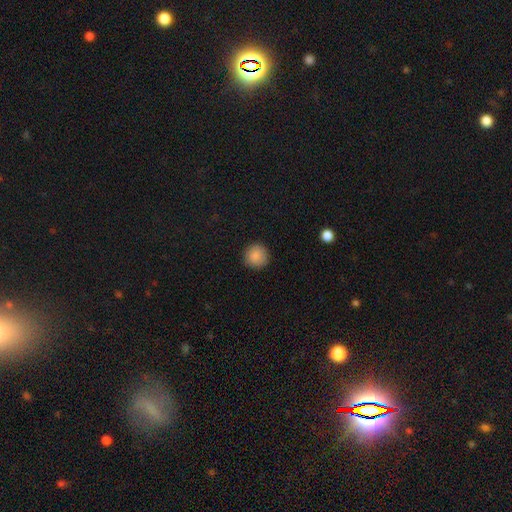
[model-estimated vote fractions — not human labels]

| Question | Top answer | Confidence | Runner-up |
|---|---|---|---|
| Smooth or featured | smooth | 88% | star or artifact (9%) |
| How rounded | round | 94% | in between (5%) |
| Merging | none | 90% | minor disturbance (7%) |